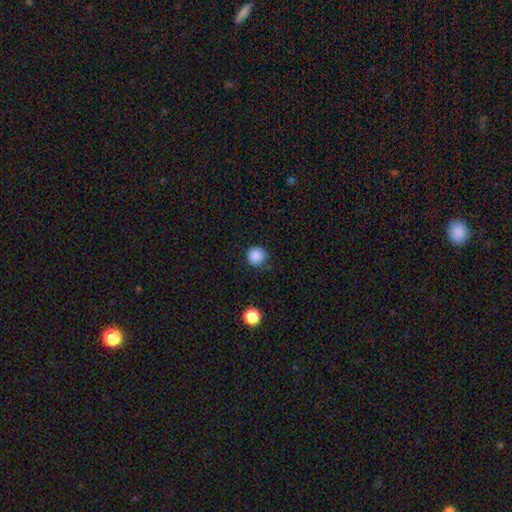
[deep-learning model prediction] A smooth galaxy with no disk features (87%) that is round (93%). Merging: none (81%).